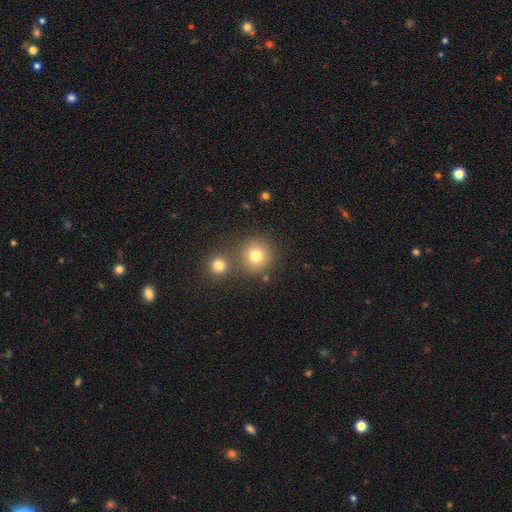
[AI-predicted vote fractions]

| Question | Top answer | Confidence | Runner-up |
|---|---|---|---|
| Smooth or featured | smooth | 77% | star or artifact (14%) |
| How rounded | round | 93% | in between (6%) |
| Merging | none | 73% | merger (17%) |